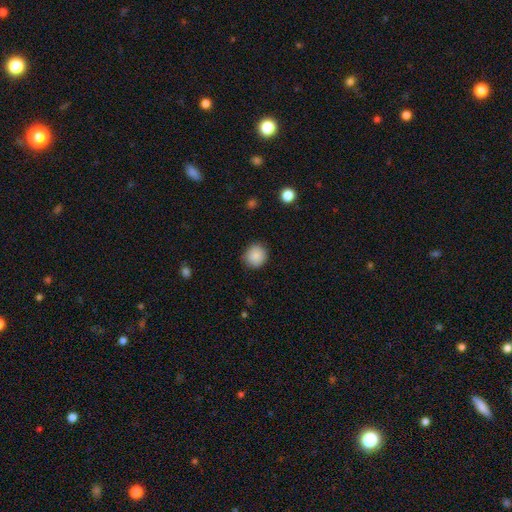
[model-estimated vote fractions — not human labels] Smooth or featured? smooth (87%)
How rounded? round (89%)
Merging? none (86%)